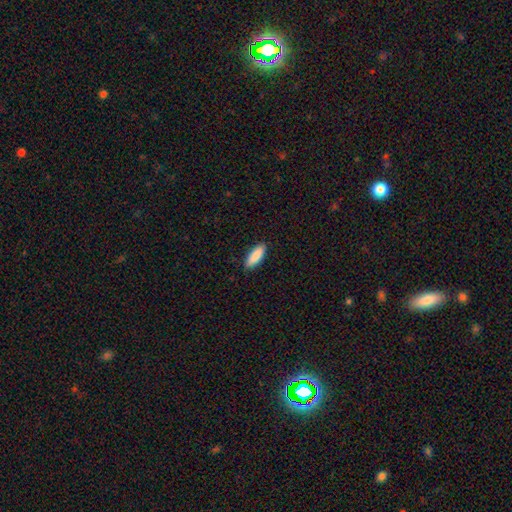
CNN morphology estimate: This is clearly a smooth galaxy (88%). How rounded: likely in between (60%). Merging: clearly none (89%).